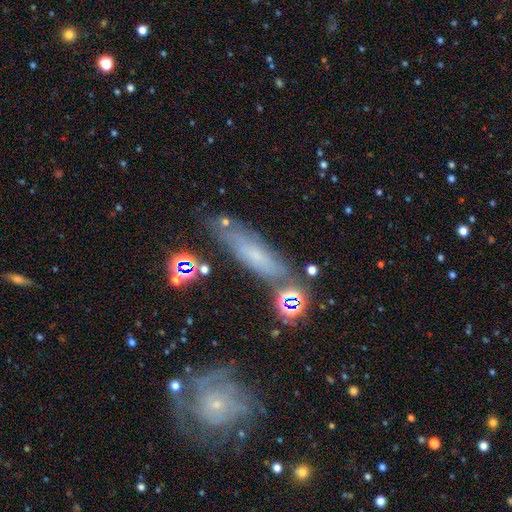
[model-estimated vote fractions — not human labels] Smooth or featured? featured or disk (44%)
Merging? none (71%)